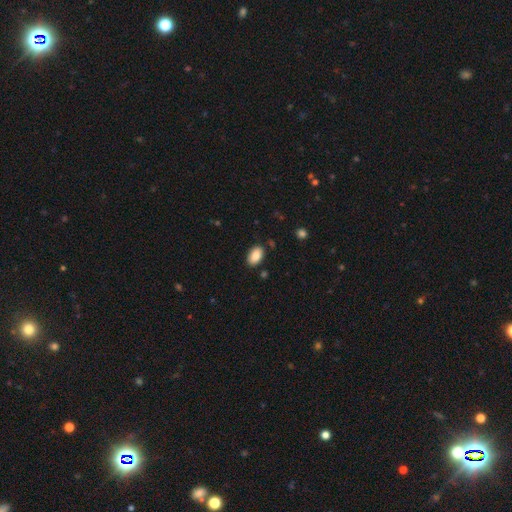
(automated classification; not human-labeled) Q: Smooth or featured?
A: smooth (88%); runner-up: star or artifact (7%)
Q: How rounded?
A: in between (93%); runner-up: round (6%)
Q: Merging?
A: none (86%); runner-up: minor disturbance (10%)